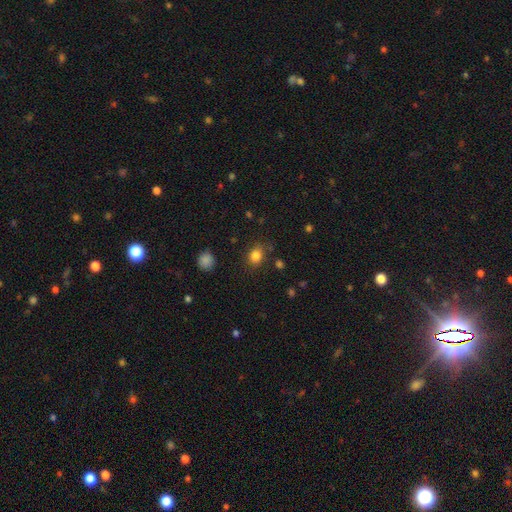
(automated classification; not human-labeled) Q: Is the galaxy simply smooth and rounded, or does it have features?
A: smooth — 83%.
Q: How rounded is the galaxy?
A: round — 56%.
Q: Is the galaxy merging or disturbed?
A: none — 79%.